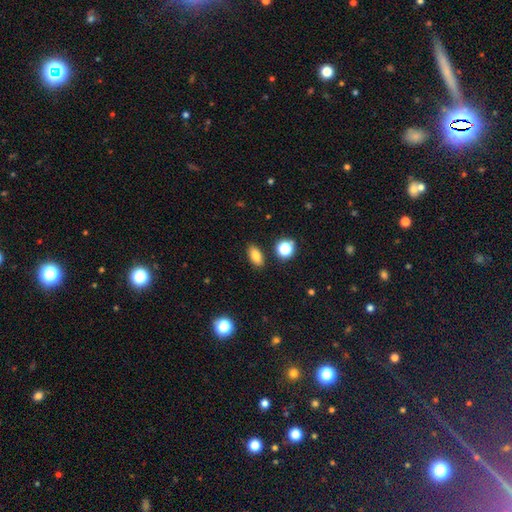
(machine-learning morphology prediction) Overall: smooth (80%). How rounded: in between (83%). Merging: none (87%).